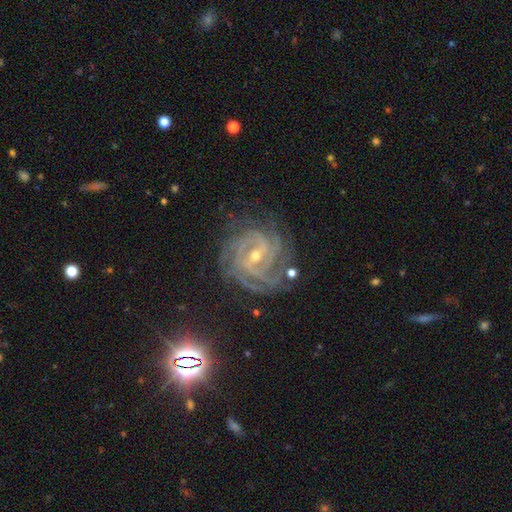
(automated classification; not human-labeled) The model was most divided on "spiral arm count": 4: 31%, 3: 25%, can't tell: 15%, 2: 11%, more than 4: 11%, 1: 7%. Remaining: spiral arms — yes (98%); edge-on disk — no (98%); smooth or featured — featured or disk (91%); merging — none (74%); spiral winding — tight (73%); bulge size — small (57%); bar — weak (45%).